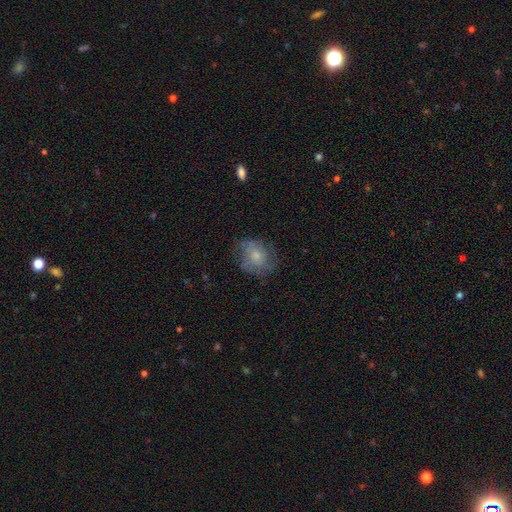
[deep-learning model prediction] Morphology: type=smooth (55%); roundness=round (60%); merging=none (61%).